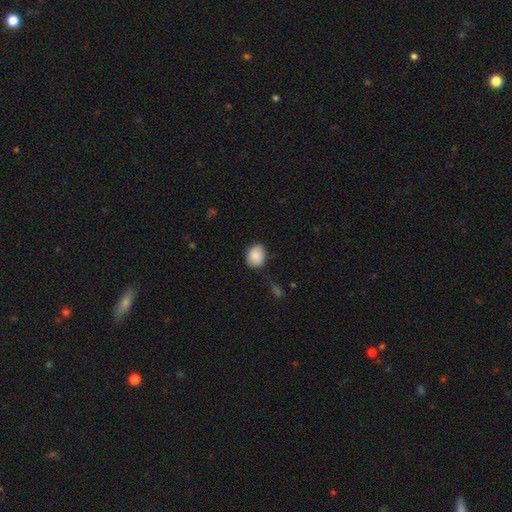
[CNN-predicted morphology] This is clearly a smooth galaxy (87%). How rounded: likely round (63%). Merging: likely none (77%).